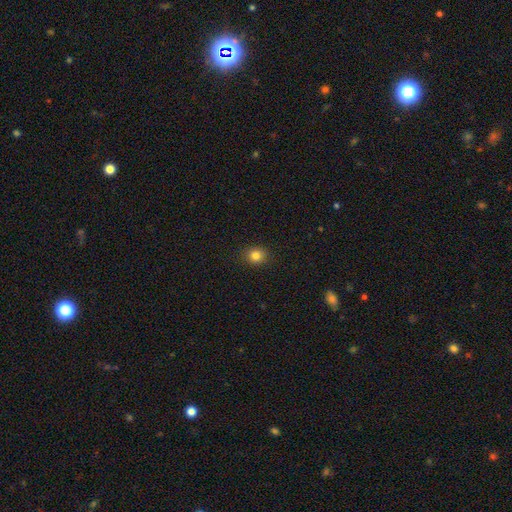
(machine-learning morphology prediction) A smooth galaxy with no disk features (82%) that is round (76%).

Vote fractions:
- Smooth or featured? smooth: 82% / star or artifact: 12% / featured or disk: 6%
- How rounded? round: 76% / in between: 23% / cigar-shaped: 1%
- Merging? none: 91% / minor disturbance: 7% / major disturbance: 2% / merger: 1%